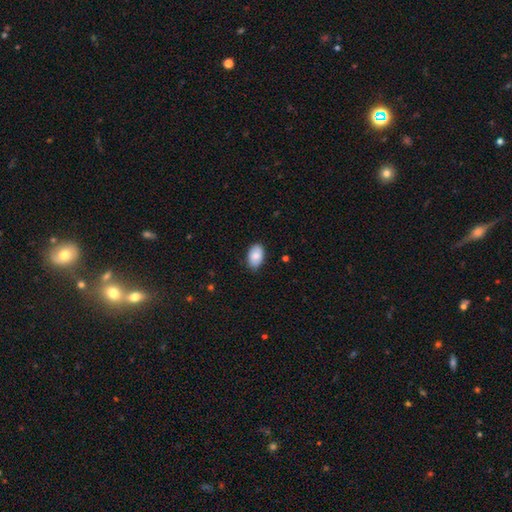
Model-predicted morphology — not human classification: Overall: smooth (85%). How rounded: in between (92%). Merging: none (84%).